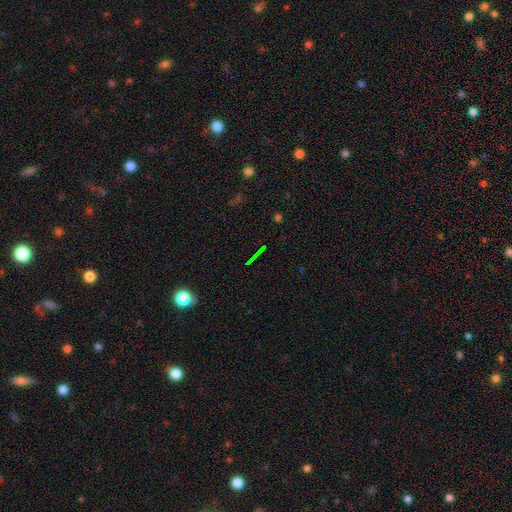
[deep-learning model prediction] This appears to be a star or artifact, not a galaxy (62%).